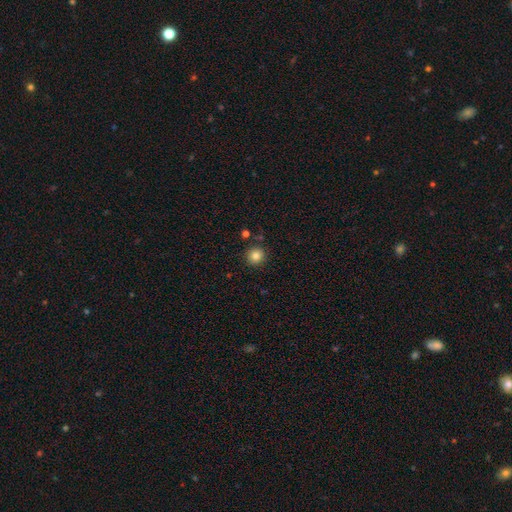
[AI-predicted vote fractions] Morphology: type=smooth (84%); roundness=round (94%); merging=none (88%).